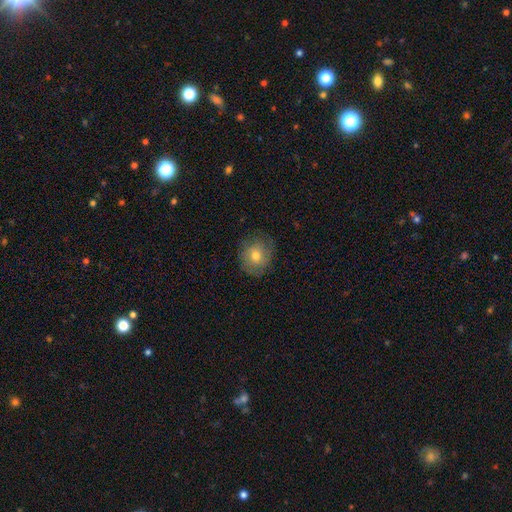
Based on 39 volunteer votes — A smooth galaxy with no disk features (59%) that is round (87%).

Vote fractions:
- Smooth or featured? smooth: 59% / featured or disk: 31% / star or artifact: 10%
- How rounded? round: 87% / in between: 13% / cigar-shaped: 0%
- Merging? none: 89% / minor disturbance: 11% / major disturbance: 0% / merger: 0%